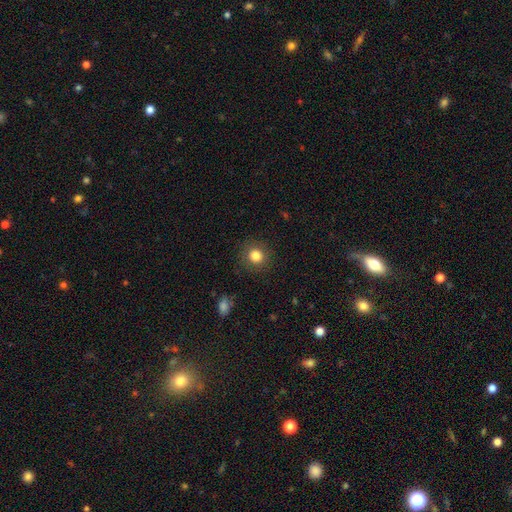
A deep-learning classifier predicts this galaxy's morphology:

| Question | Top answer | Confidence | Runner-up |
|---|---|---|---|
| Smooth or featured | smooth | 82% | star or artifact (11%) |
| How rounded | round | 90% | in between (9%) |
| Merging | none | 89% | minor disturbance (7%) |